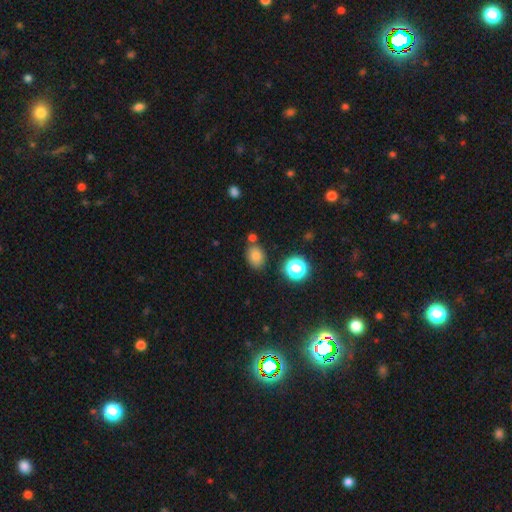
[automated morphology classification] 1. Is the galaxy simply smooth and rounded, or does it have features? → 78% smooth, 14% star or artifact, 8% featured or disk.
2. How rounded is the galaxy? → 63% in between, 36% round, 1% cigar-shaped.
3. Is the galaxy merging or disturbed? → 72% none, 13% minor disturbance, 11% merger, 4% major disturbance.